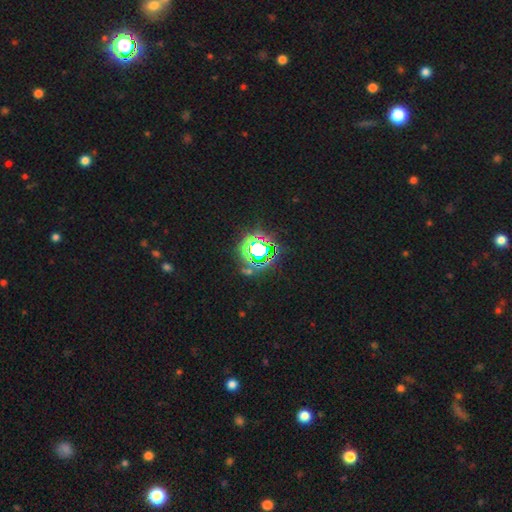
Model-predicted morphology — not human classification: Overall: star or artifact (75%).